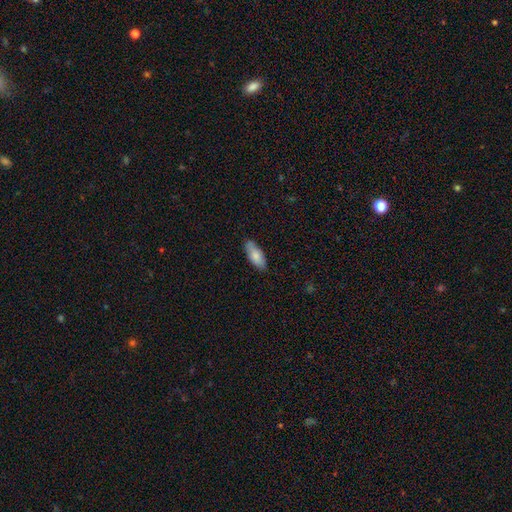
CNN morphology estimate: Smooth or featured? Predicted: smooth (p=0.80). How rounded? Predicted: in between (p=0.82). Merging? Predicted: none (p=0.80).